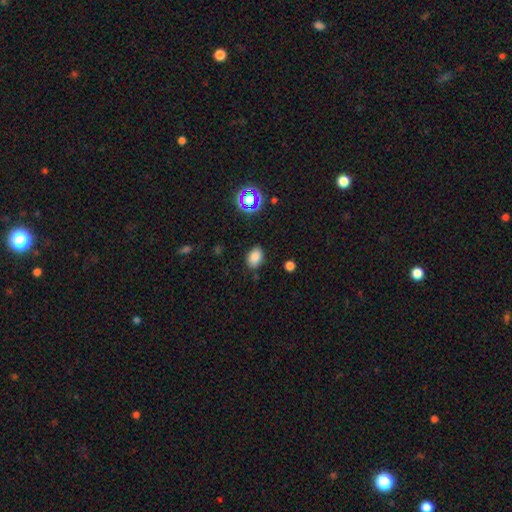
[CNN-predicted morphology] smooth_or_featured: smooth (p=0.80) [alt: star or artifact p=0.14]
how_rounded: in between (p=0.79) [alt: round p=0.20]
merging: none (p=0.82) [alt: minor disturbance p=0.13]